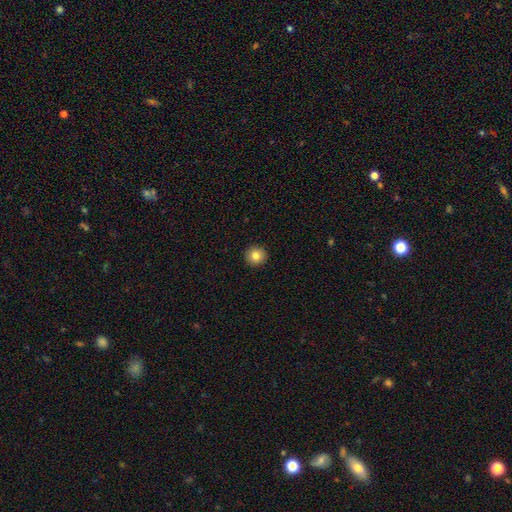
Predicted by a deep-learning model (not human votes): smooth 82%, star or artifact 10%, featured or disk 8%. Down the decision tree: how rounded — round (95%); merging — none (93%).